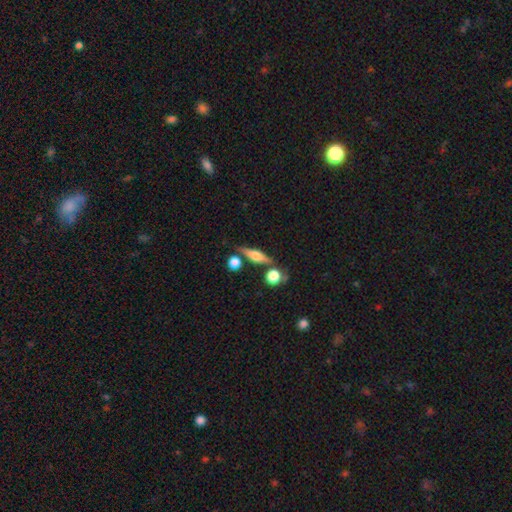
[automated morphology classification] Overall: featured or disk (58%; smooth 34%). Edge-on disk: yes (94%). Edge-on bulge: rounded (89%). Merging: none (78%).